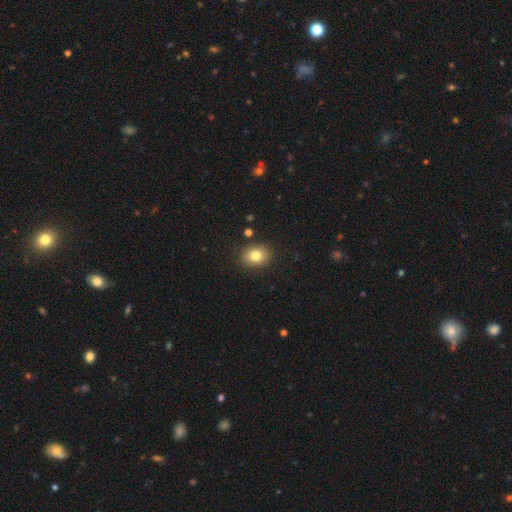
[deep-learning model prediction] smooth-or-featured: smooth: 81% | star or artifact: 10% | featured or disk: 9%
  how-rounded: in between: 52% | round: 48% | cigar-shaped: 1%
  merging: none: 87% | minor disturbance: 8% | major disturbance: 2% | merger: 2%